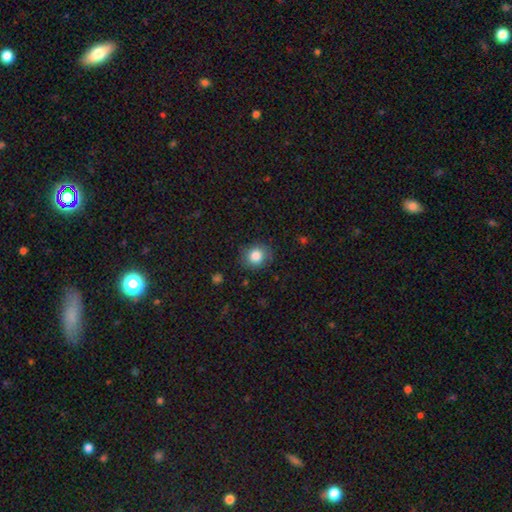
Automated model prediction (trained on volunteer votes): A smooth galaxy with no disk features (84%) that is round (81%). Merging: none (85%).